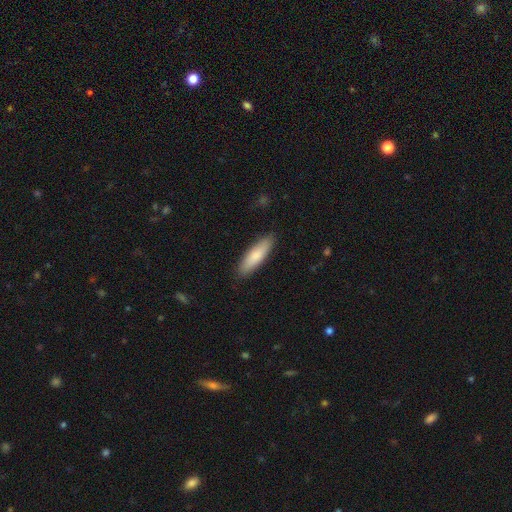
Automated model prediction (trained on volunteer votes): This is clearly a smooth galaxy (81%). How rounded: possibly cigar-shaped (60%). Merging: clearly none (88%).